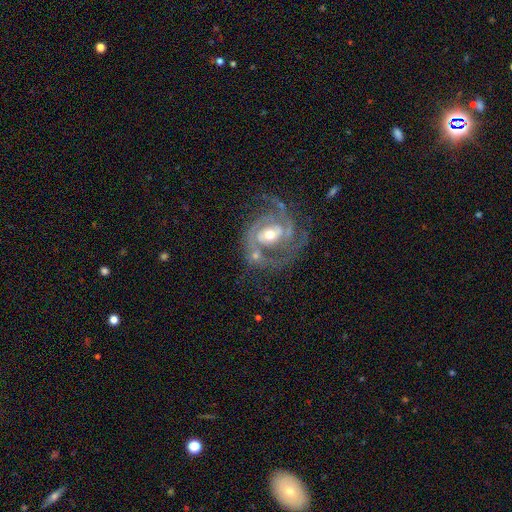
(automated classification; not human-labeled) A featured or disk galaxy (88%) with no bar (47%), 2 (55%) tight (48%) spiral arms (95%) and a moderate central bulge (69%). Merging: none (51%).